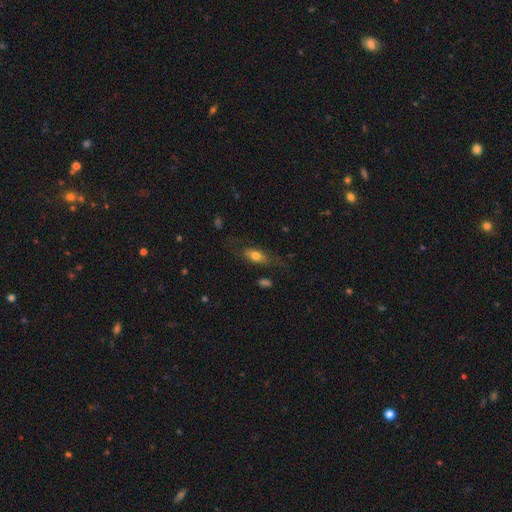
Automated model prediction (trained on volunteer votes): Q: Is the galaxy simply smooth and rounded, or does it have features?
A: smooth — 64%.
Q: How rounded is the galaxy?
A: in between — 72%.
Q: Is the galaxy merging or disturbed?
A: none — 63%.